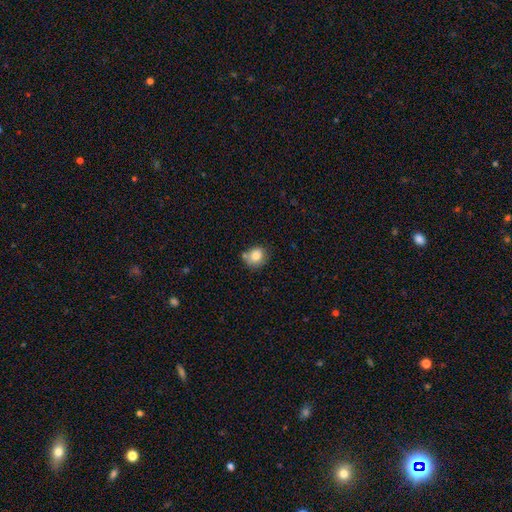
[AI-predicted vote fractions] smooth-or-featured: smooth: 82% | star or artifact: 9% | featured or disk: 9%
  how-rounded: round: 78% | in between: 21% | cigar-shaped: 1%
  merging: none: 63% | minor disturbance: 21% | merger: 12% | major disturbance: 5%